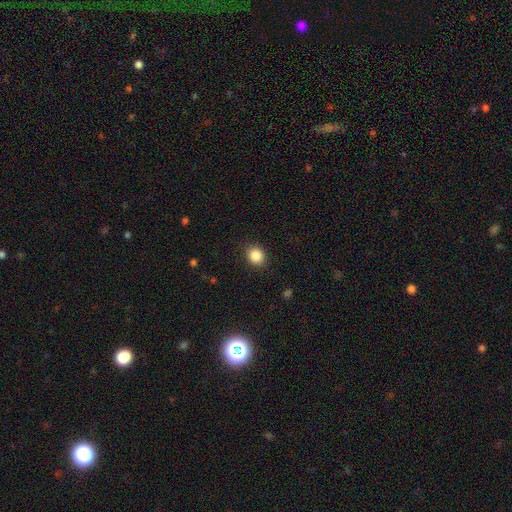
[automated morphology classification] type=smooth (87%); roundness=round (71%); merging=none (87%).